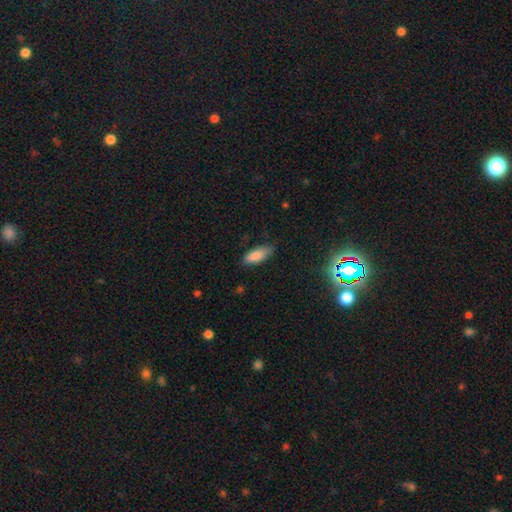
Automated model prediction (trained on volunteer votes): The model was most divided on "how rounded": in between: 73%, cigar-shaped: 25%, round: 2%. More confident: smooth or featured — smooth (85%); merging — none (71%).